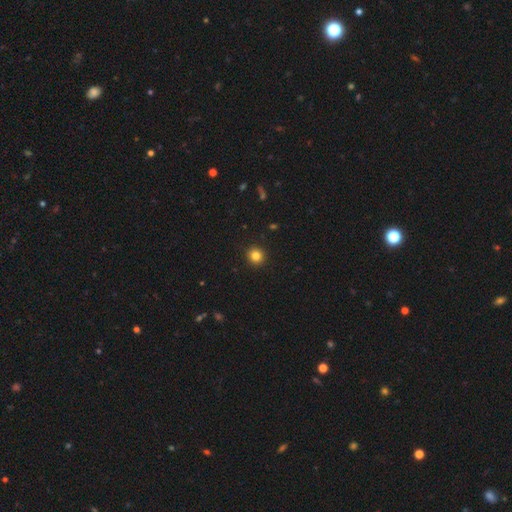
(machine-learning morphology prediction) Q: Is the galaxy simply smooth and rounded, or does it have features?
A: smooth — 83%.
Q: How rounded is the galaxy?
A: round — 92%.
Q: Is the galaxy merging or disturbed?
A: none — 93%.